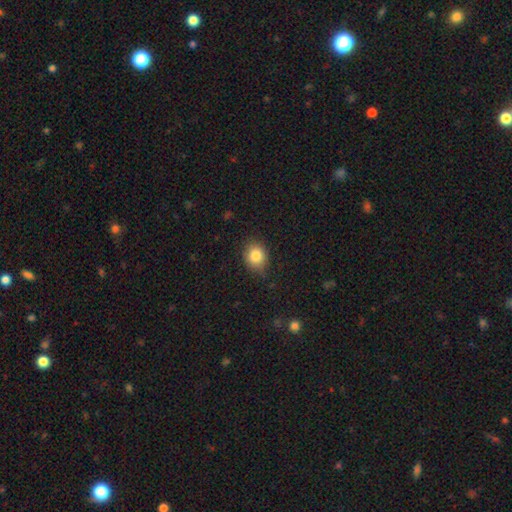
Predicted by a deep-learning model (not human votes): Smooth or featured: smooth — 82% (star or artifact — 10%)
How rounded: round — 63% (in between — 36%)
Merging: none — 80% (minor disturbance — 16%)